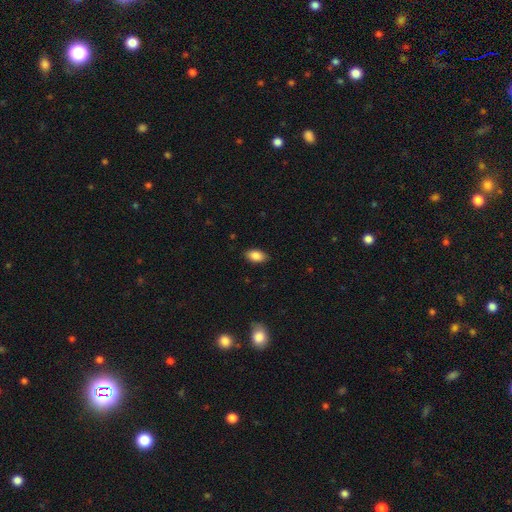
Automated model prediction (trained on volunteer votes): smooth_or_featured: smooth (p=0.88) [alt: star or artifact p=0.08]
how_rounded: in between (p=0.92) [alt: round p=0.05]
merging: none (p=0.87) [alt: minor disturbance p=0.10]